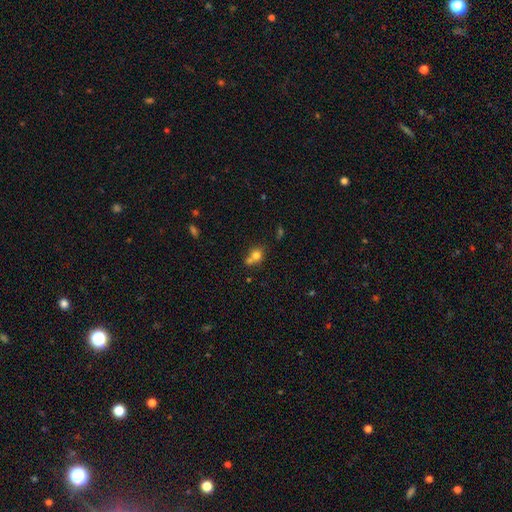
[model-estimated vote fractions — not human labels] A smooth galaxy with no disk features (74%) that is round (67%). Merging: merger (43%).